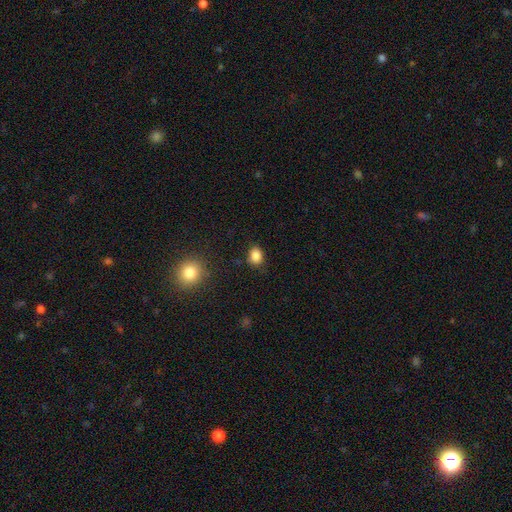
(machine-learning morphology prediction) Overall: smooth (85%). How rounded: in between (51%; round 48%). Merging: none (82%).